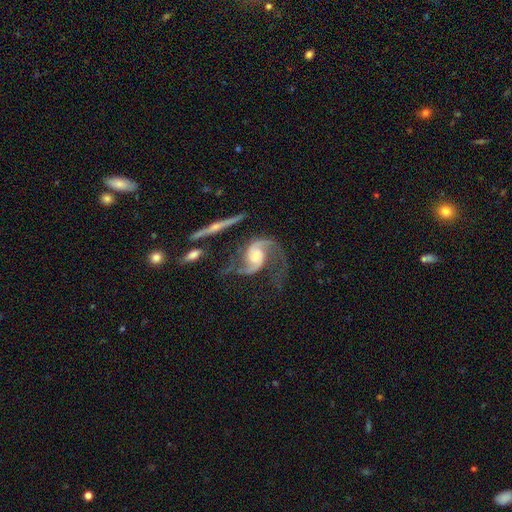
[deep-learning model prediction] smooth-or-featured: featured or disk: 91% | smooth: 5% | star or artifact: 4%
  disk-edge-on: no: 97% | yes: 3%
    bar: no: 58% | weak: 32% | strong: 10%
    has-spiral-arms: yes: 98% | no: 2%
      spiral-winding: medium: 52% | loose: 34% | tight: 14%
      spiral-arm-count: 2: 91% | 1: 3% | can't tell: 2% | 3: 2% | 4: 1% | more than 4: 1%
    bulge-size: moderate: 48% | small: 38% | large: 8% | none: 4% | dominant: 1%
  merging: none: 52% | major disturbance: 21% | minor disturbance: 19% | merger: 8%